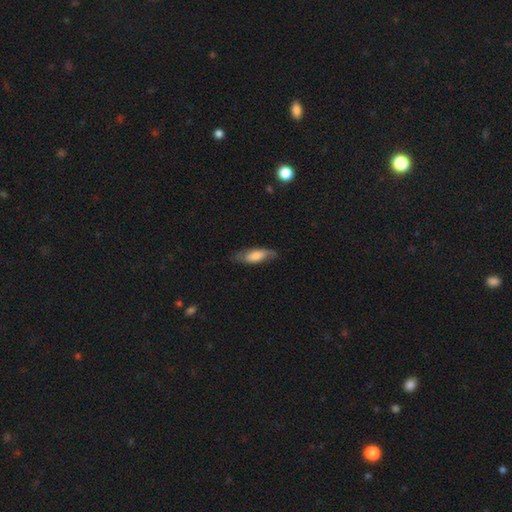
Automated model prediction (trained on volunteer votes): smooth_or_featured: smooth (p=0.59) [alt: featured or disk p=0.34]
how_rounded: in between (p=0.63) [alt: cigar-shaped p=0.35]
merging: none (p=0.72) [alt: minor disturbance p=0.21]